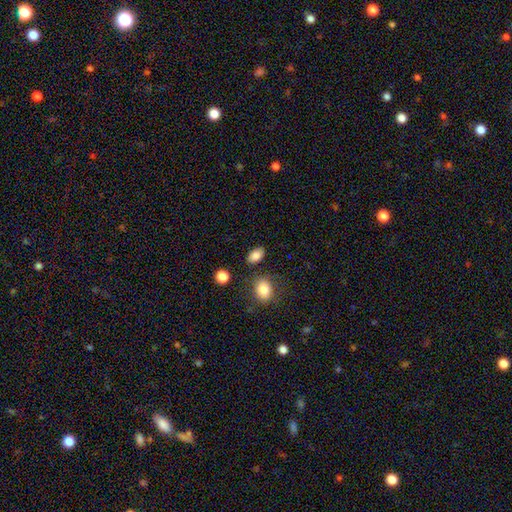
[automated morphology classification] Smooth or featured: smooth — 86% (star or artifact — 9%)
How rounded: in between — 87% (round — 10%)
Merging: none — 82% (minor disturbance — 11%)